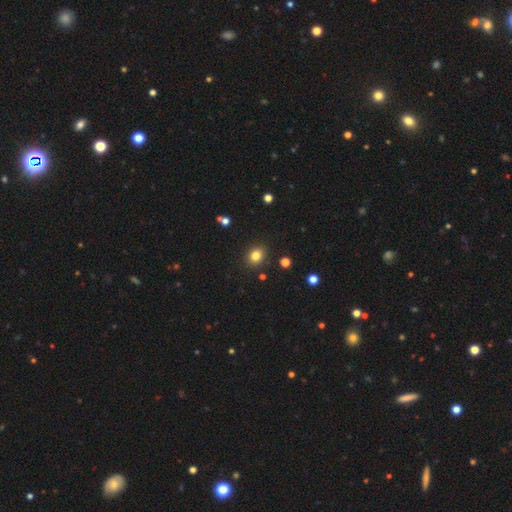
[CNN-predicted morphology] type=smooth (82%); roundness=round (59%); merging=none (88%).